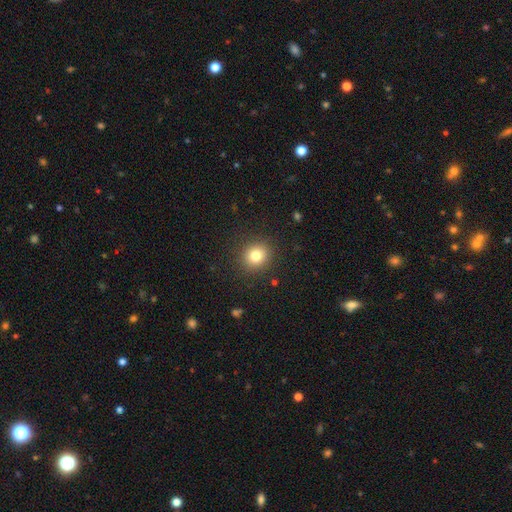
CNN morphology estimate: The model was most divided on "how rounded": round: 82%, in between: 18%, cigar-shaped: 1%. More confident: merging — none (89%); smooth or featured — smooth (79%).